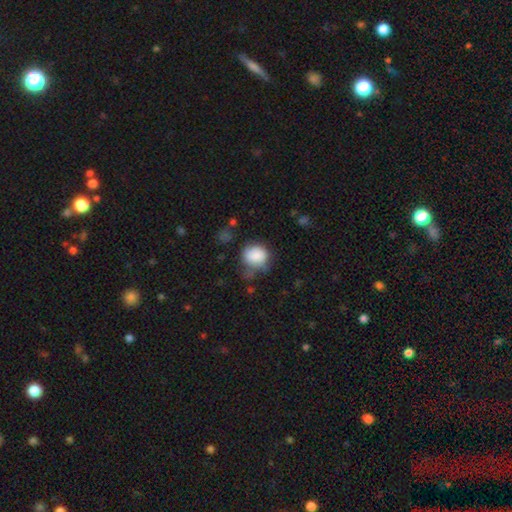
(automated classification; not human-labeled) Overall: smooth (83%). How rounded: round (67%; in between 32%). Merging: none (41%; minor disturbance 35%).